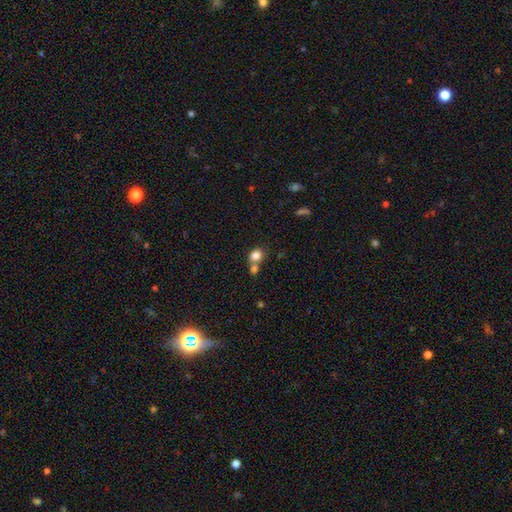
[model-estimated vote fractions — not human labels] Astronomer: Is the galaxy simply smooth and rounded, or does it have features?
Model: smooth — 82%.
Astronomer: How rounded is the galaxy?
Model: round — 71%.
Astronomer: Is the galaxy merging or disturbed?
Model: merger — 45% (runner-up: none, 42%).